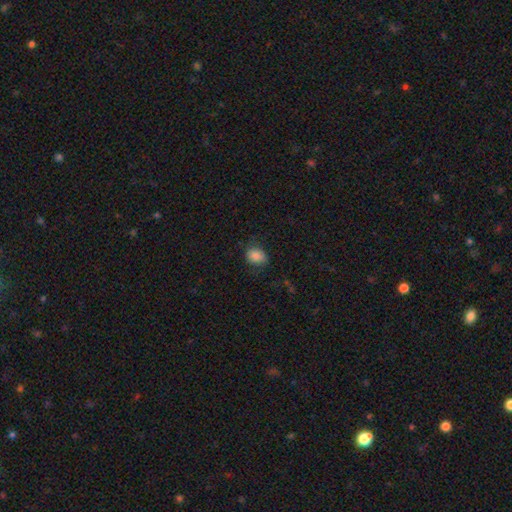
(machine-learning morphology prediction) Overall: smooth (83%). How rounded: in between (54%; round 46%). Merging: none (69%).